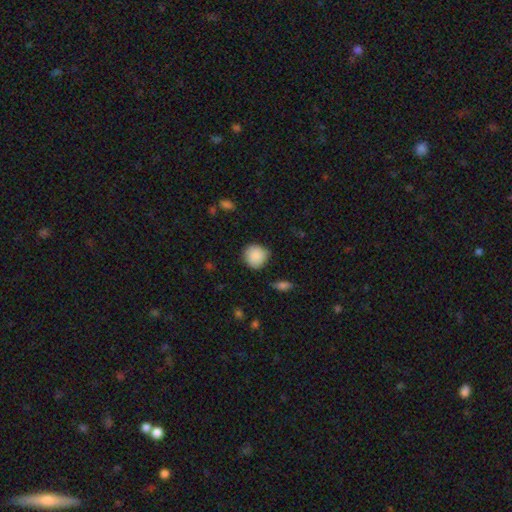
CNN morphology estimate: smooth 87%, star or artifact 7%, featured or disk 6%. Down the decision tree: how rounded — round (90%); merging — none (78%).